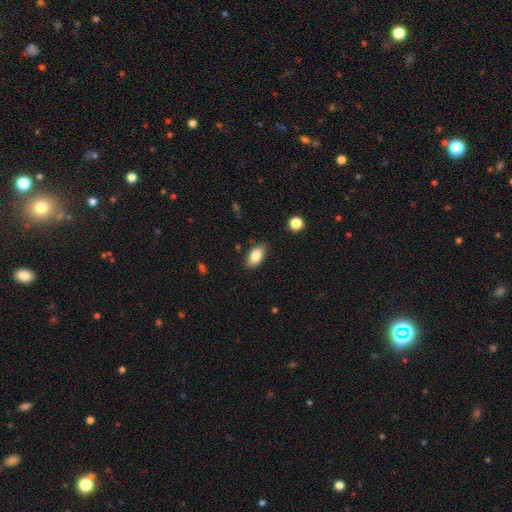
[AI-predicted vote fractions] Smooth or featured?
  - smooth: 84% *
  - featured or disk: 8%
  - star or artifact: 7%
How rounded?
  - in between: 92% *
  - round: 5%
  - cigar-shaped: 3%
Merging?
  - none: 83% *
  - minor disturbance: 13%
  - major disturbance: 3%
  - merger: 2%